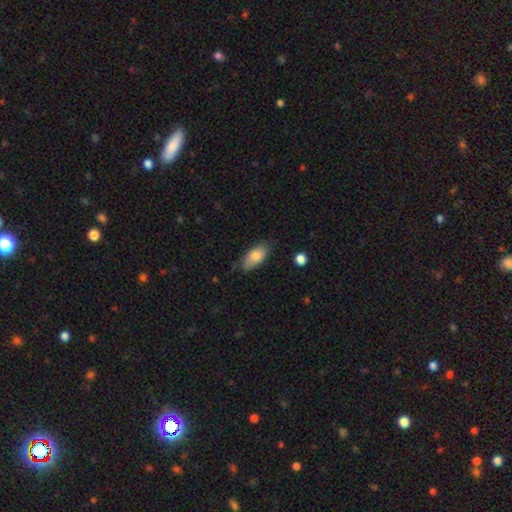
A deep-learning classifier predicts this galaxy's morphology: Smooth or featured: smooth — 80% (featured or disk — 14%)
How rounded: in between — 89% (cigar-shaped — 9%)
Merging: none — 73% (minor disturbance — 21%)